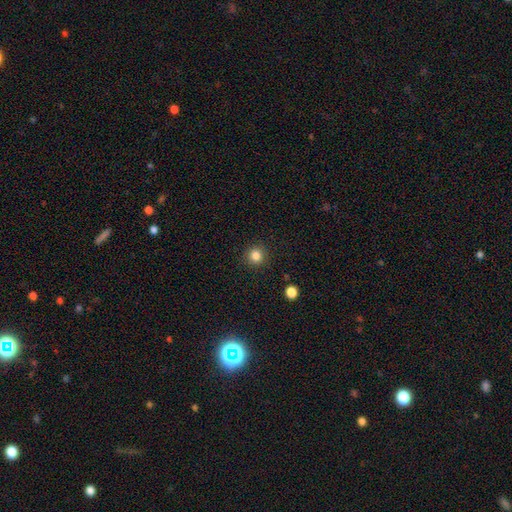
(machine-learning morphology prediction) Smooth or featured: smooth — 84% (star or artifact — 12%)
How rounded: round — 93% (in between — 6%)
Merging: none — 91% (minor disturbance — 5%)